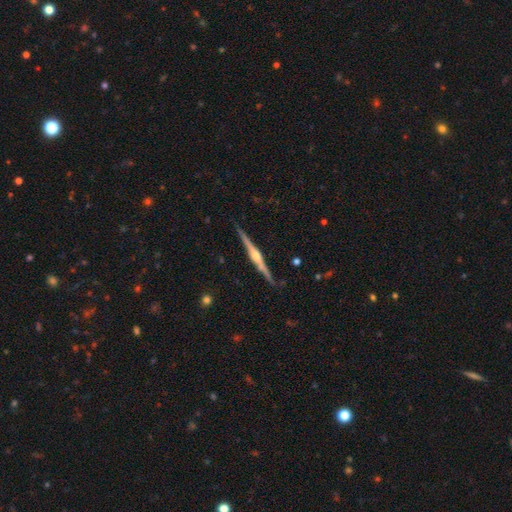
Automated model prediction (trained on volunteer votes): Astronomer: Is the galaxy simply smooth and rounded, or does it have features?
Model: featured or disk — 85%.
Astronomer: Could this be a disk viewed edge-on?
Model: yes — 98%.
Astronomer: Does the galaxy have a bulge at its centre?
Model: rounded — 89%.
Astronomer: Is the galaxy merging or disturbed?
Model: none — 89%.